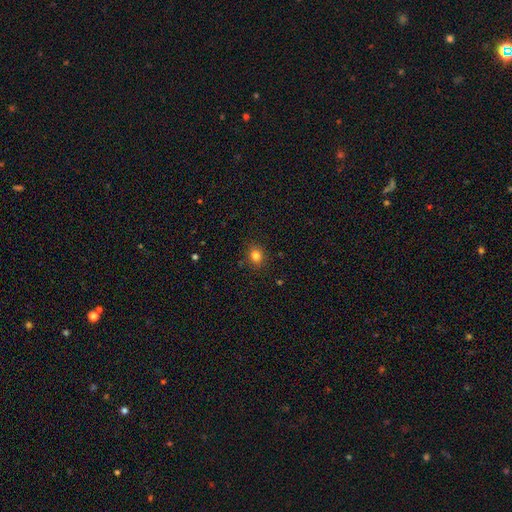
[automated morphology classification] Smooth or featured: smooth — 81% (star or artifact — 13%)
How rounded: round — 70% (in between — 29%)
Merging: none — 88% (minor disturbance — 8%)